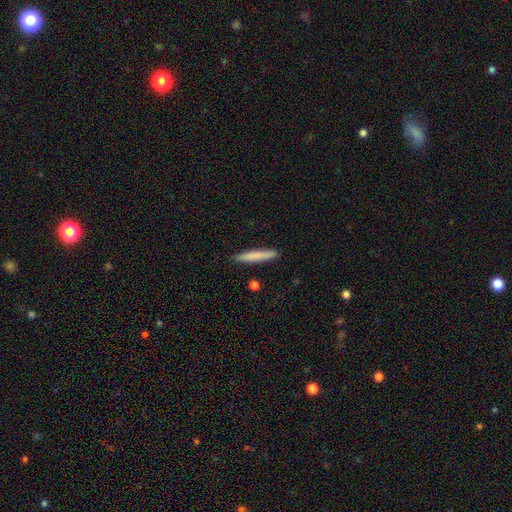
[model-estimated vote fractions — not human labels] This appears to be a smooth galaxy with no disk features (79%) that is cigar-shaped (95%). Merging: none (90%).